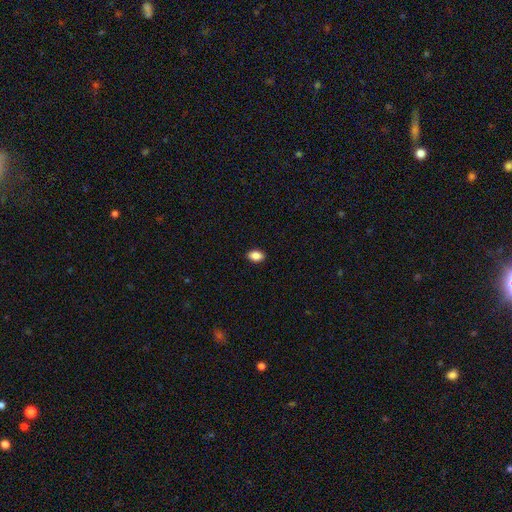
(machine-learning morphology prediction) Smooth or featured? smooth (87%)
How rounded? in between (87%)
Merging? none (90%)